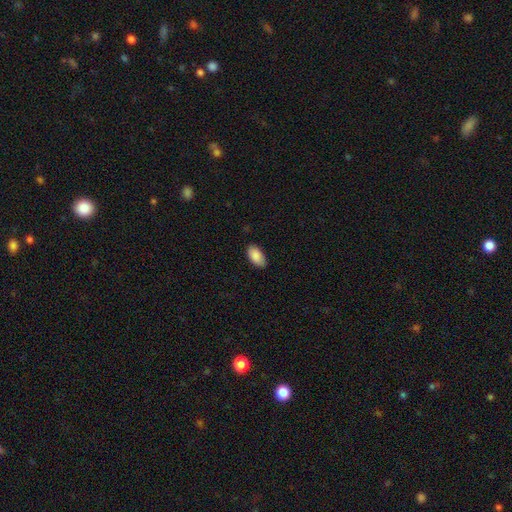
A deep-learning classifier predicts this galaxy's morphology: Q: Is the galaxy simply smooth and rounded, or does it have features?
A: smooth — 89%.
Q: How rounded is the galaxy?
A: in between — 95%.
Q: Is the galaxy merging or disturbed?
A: none — 83%.